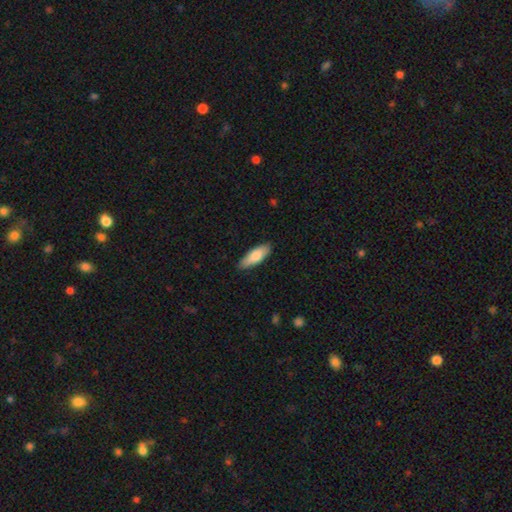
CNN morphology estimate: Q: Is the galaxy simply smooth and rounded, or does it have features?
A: smooth — 80%.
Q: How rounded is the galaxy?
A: in between — 65%.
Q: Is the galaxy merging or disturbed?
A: none — 86%.